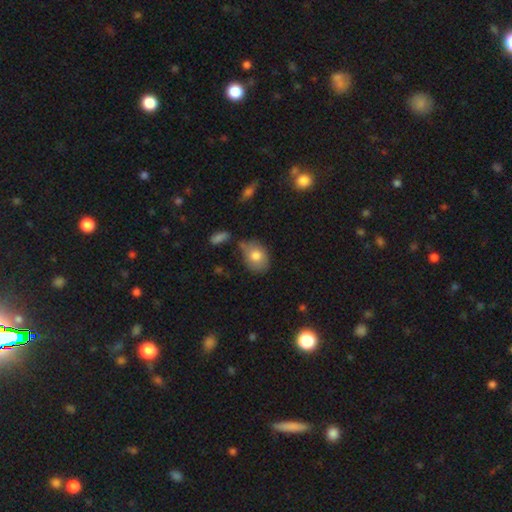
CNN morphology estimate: Smooth or featured? smooth (77%)
How rounded? in between (69%)
Merging? none (51%)